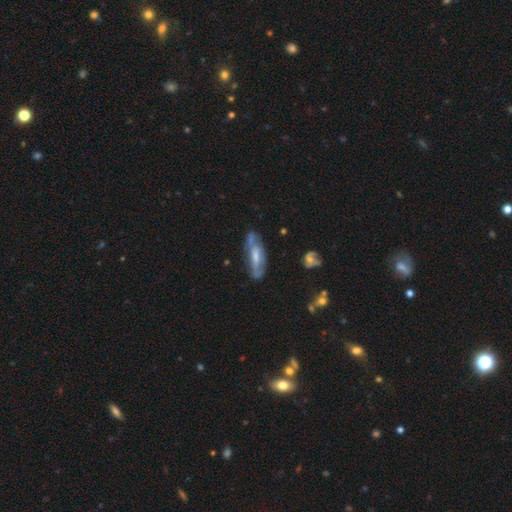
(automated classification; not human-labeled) Morphology: type=featured or disk (59%); edge-on=no (69%); merging=none (61%).